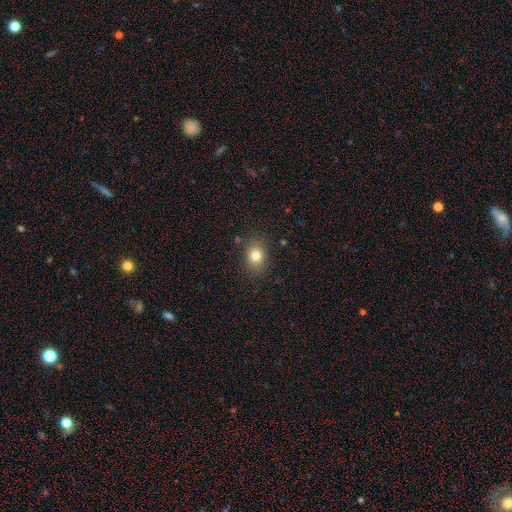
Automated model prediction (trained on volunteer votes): smooth_or_featured: smooth (p=0.80) [alt: star or artifact p=0.11]
how_rounded: in between (p=0.58) [alt: round p=0.41]
merging: none (p=0.85) [alt: minor disturbance p=0.11]